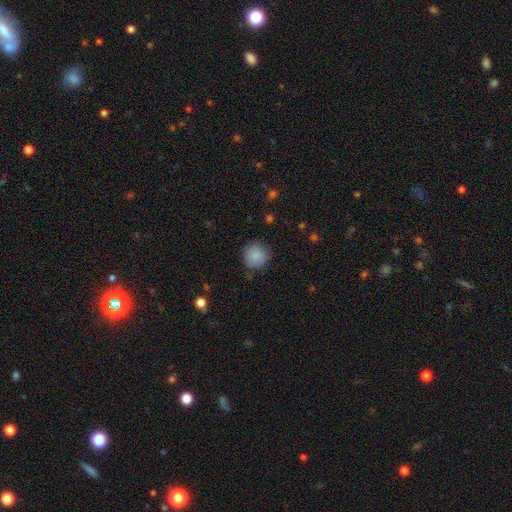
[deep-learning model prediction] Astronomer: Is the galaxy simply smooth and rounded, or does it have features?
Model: smooth — 87%.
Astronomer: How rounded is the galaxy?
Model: round — 91%.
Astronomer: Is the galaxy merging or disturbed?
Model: none — 80%.